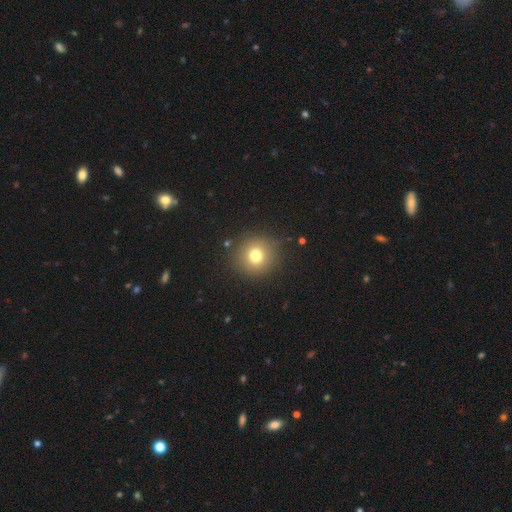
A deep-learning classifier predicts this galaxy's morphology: This appears to be a smooth galaxy with no disk features (76%) that is round (92%). Merging: none (87%).